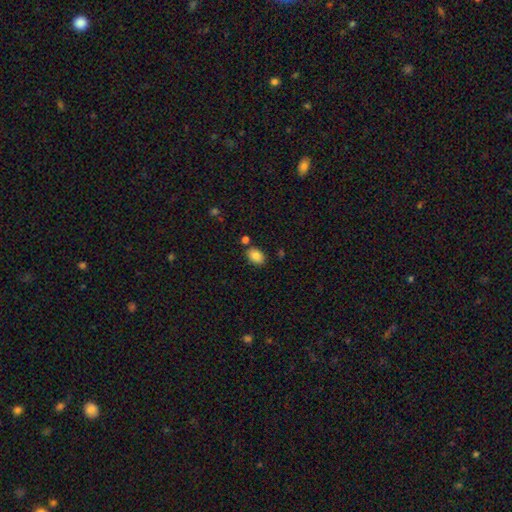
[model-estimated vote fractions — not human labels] A smooth galaxy with no disk features (85%) that is in between round and cigar-shaped (85%). Merging: none (79%).